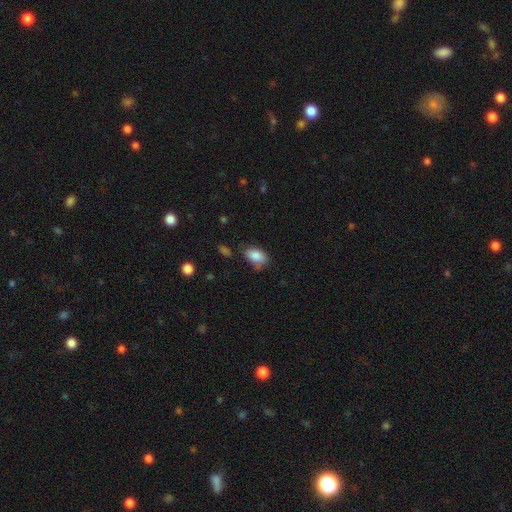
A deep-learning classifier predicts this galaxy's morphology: This is clearly a smooth galaxy (85%). How rounded: clearly in between (91%). Merging: likely none (65%).